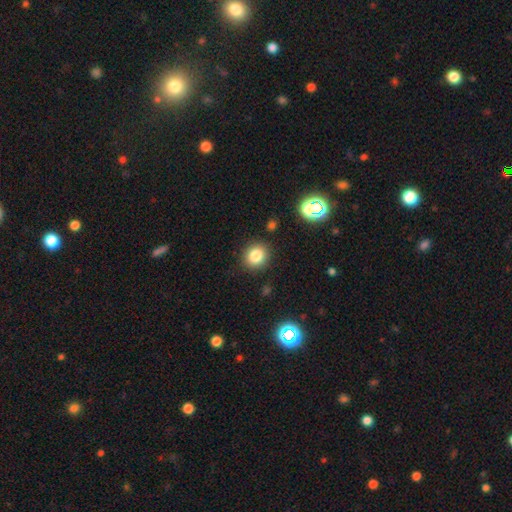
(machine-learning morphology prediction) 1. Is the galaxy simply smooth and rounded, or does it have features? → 83% smooth, 11% star or artifact, 6% featured or disk.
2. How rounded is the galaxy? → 80% round, 19% in between, 1% cigar-shaped.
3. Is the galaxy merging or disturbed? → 88% none, 8% minor disturbance, 3% major disturbance, 2% merger.